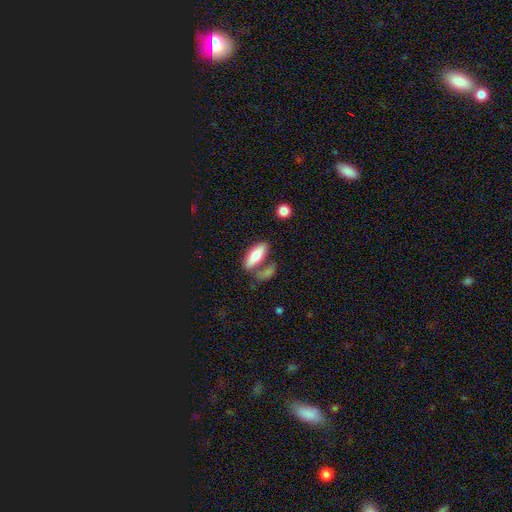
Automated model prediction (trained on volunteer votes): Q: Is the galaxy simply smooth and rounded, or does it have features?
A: smooth — 76%.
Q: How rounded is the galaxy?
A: in between — 73%.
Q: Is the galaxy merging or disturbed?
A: none — 54%.